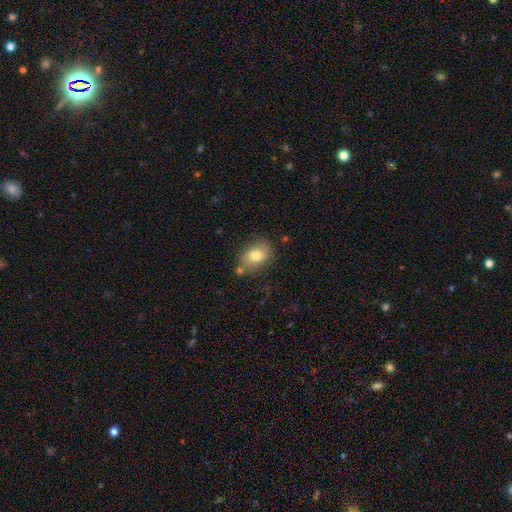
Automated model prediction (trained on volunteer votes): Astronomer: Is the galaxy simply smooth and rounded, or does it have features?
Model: smooth — 77%.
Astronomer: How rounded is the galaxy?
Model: in between — 69%.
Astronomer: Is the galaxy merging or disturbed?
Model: none — 73%.